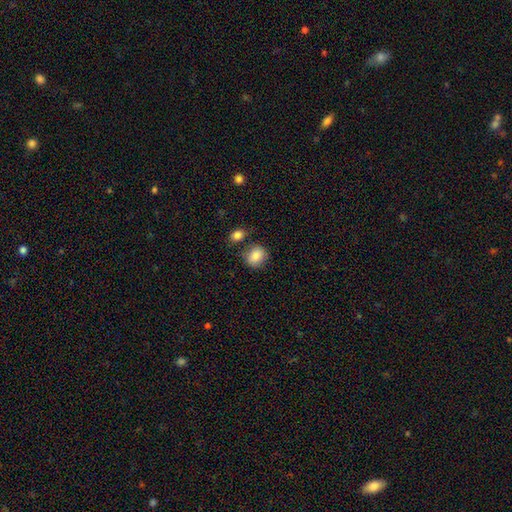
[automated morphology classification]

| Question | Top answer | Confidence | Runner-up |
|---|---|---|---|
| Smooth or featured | smooth | 86% | star or artifact (8%) |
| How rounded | round | 60% | in between (39%) |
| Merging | none | 70% | minor disturbance (15%) |